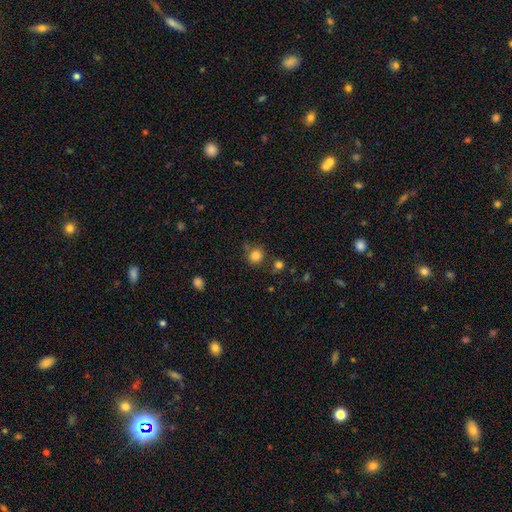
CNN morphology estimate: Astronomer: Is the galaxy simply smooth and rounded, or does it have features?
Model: smooth — 82%.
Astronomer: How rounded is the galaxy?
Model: round — 88%.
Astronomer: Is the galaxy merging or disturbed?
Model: none — 72%.